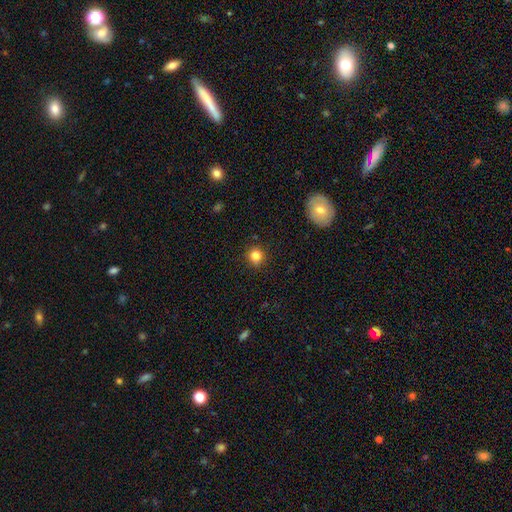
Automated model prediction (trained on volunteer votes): This appears to be a smooth galaxy with no disk features (83%) that is round (88%). Merging: none (88%).